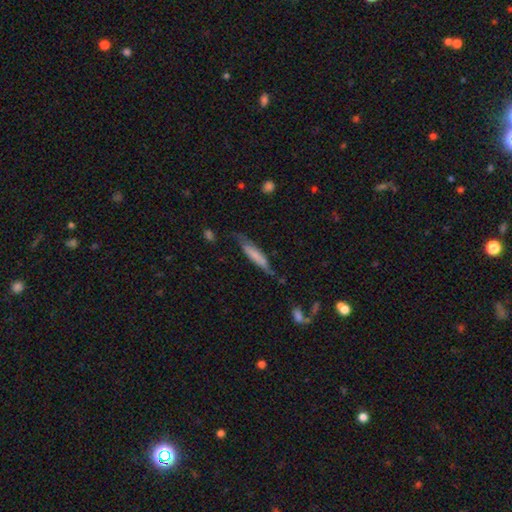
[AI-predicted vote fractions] This appears to be a smooth galaxy with no disk features (58%) that is cigar-shaped (84%). Merging: none (57%).